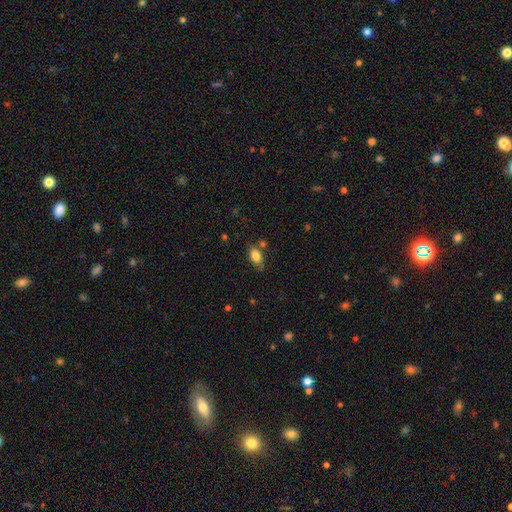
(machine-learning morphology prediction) The model was most divided on "merging": none: 68%, minor disturbance: 20%, merger: 8%, major disturbance: 5%. More confident: how rounded — in between (89%); smooth or featured — smooth (83%).